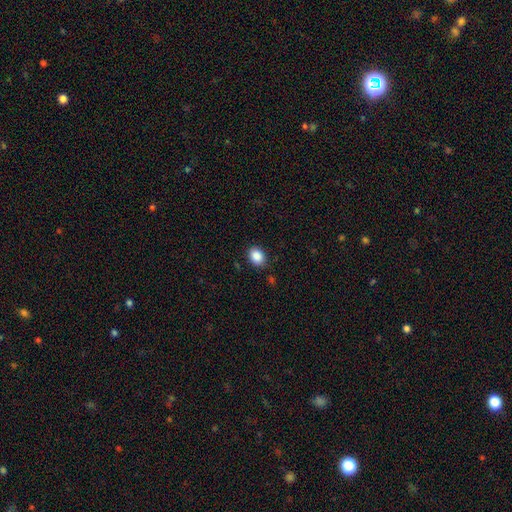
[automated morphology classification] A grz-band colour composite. It shows a smooth galaxy with no disk features (88%) that is in between round and cigar-shaped (64%). Merging: none (85%).